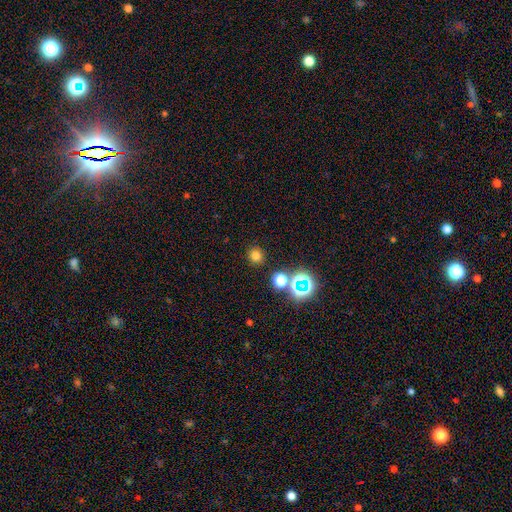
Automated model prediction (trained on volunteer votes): A smooth galaxy with no disk features (71%) that is round (93%). Merging: none (87%).